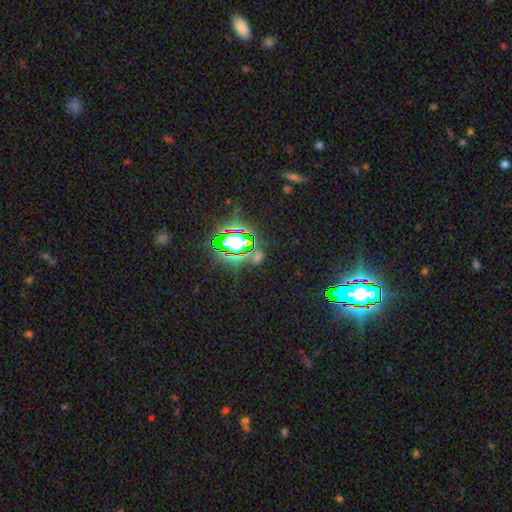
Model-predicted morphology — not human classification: smooth-or-featured: star or artifact: 76% | smooth: 15% | featured or disk: 9%